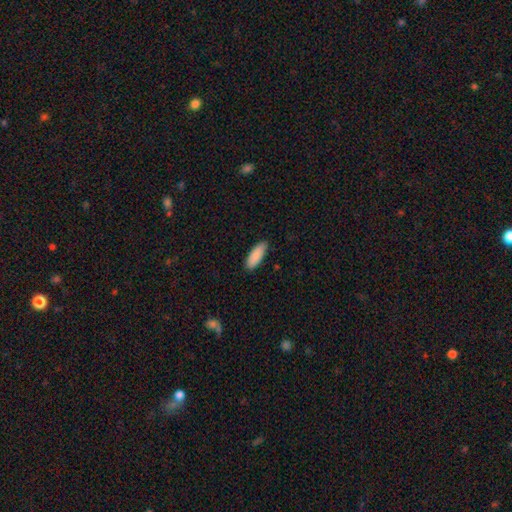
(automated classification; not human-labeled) Overall: smooth (90%). How rounded: in between (69%; cigar-shaped 29%). Merging: none (87%).